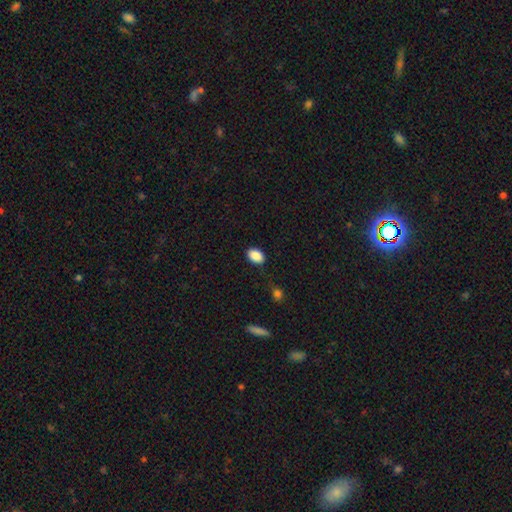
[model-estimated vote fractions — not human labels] smooth-or-featured: smooth: 89% | star or artifact: 8% | featured or disk: 4%
  how-rounded: in between: 82% | round: 17% | cigar-shaped: 1%
  merging: none: 81% | minor disturbance: 13% | major disturbance: 3% | merger: 2%